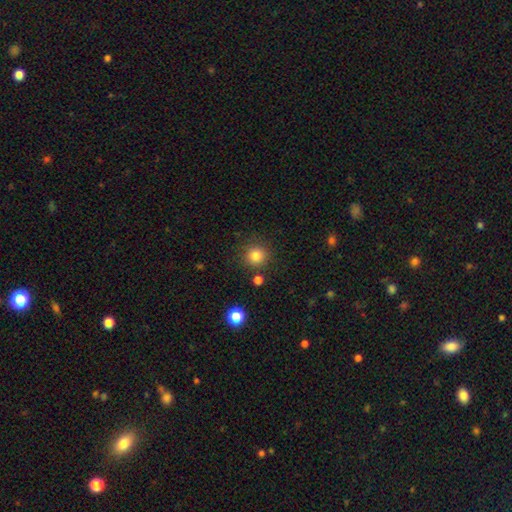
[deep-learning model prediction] This is clearly a smooth galaxy (82%). How rounded: clearly round (94%). Merging: clearly none (86%).